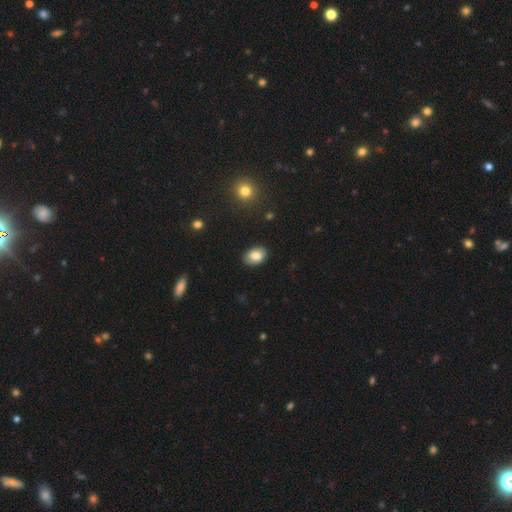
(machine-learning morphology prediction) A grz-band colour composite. It shows a smooth galaxy with no disk features (85%) that is in between round and cigar-shaped (83%). Merging: none (87%).